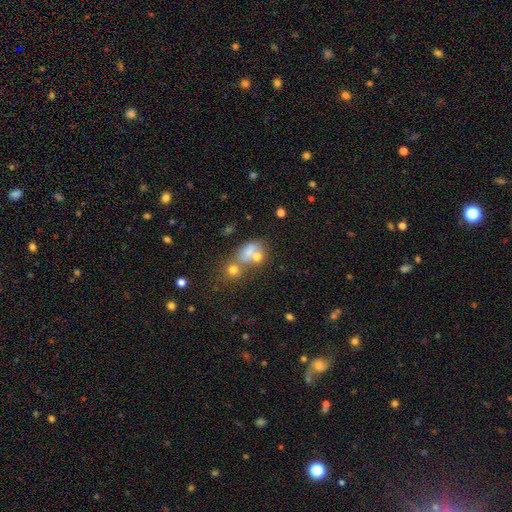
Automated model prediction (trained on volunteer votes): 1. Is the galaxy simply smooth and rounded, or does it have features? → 55% smooth, 23% star or artifact, 22% featured or disk.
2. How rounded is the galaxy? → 51% in between, 45% round, 4% cigar-shaped.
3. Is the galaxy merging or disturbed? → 46% merger, 33% none, 11% minor disturbance, 10% major disturbance.